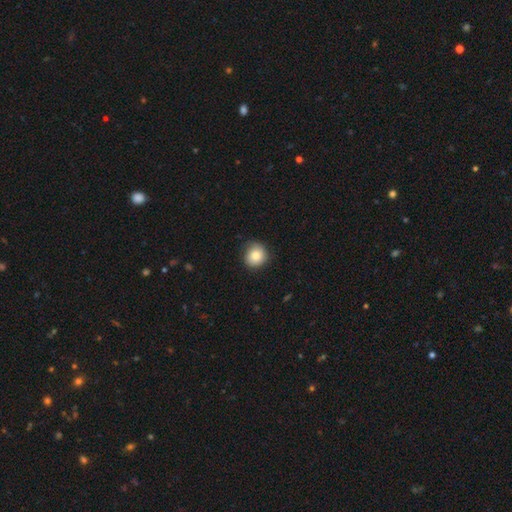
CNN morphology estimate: A smooth galaxy with no disk features (83%) that is round (87%). Merging: none (77%).